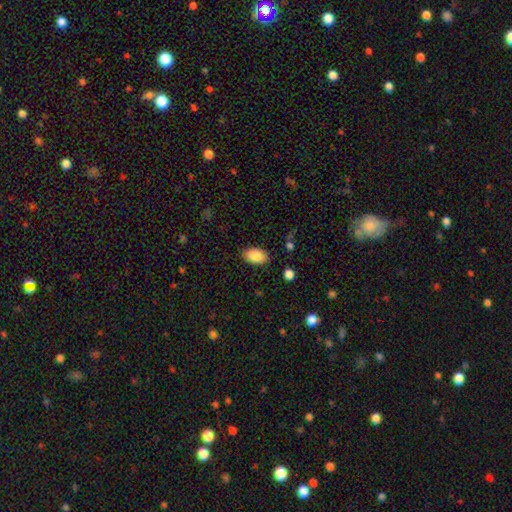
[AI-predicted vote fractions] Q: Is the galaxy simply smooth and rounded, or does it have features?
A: smooth — 87%.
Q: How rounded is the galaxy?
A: in between — 93%.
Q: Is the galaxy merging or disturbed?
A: none — 85%.